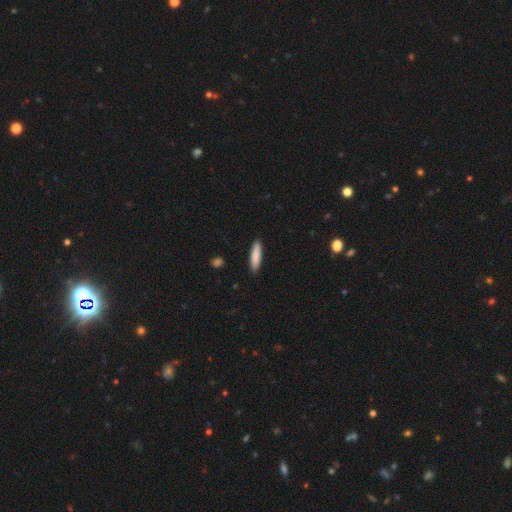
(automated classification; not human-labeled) Smooth or featured?
  - smooth: 87% *
  - featured or disk: 7%
  - star or artifact: 6%
How rounded?
  - cigar-shaped: 73% *
  - in between: 25%
  - round: 1%
Merging?
  - none: 90% *
  - minor disturbance: 8%
  - major disturbance: 2%
  - merger: 1%